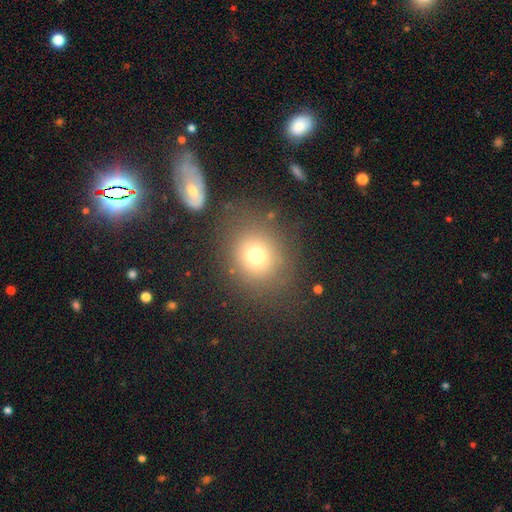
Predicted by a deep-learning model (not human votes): Morphology: type=smooth (74%); roundness=round (80%); merging=none (74%).